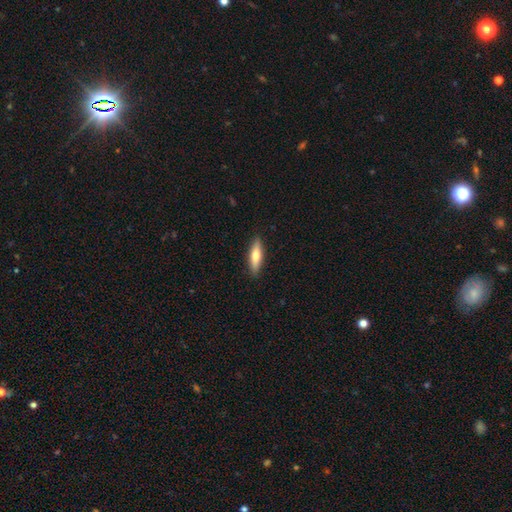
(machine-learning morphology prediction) Smooth or featured? Predicted: smooth (p=0.64). How rounded? Predicted: cigar-shaped (p=0.63). Merging? Predicted: none (p=0.89).